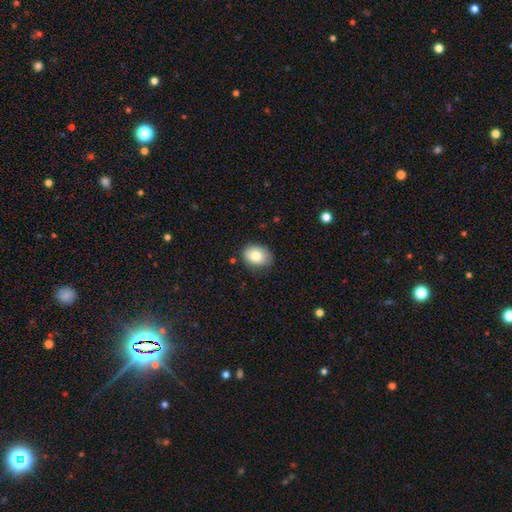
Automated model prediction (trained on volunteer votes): Morphology: type=smooth (76%); roundness=in between (68%); merging=none (74%).